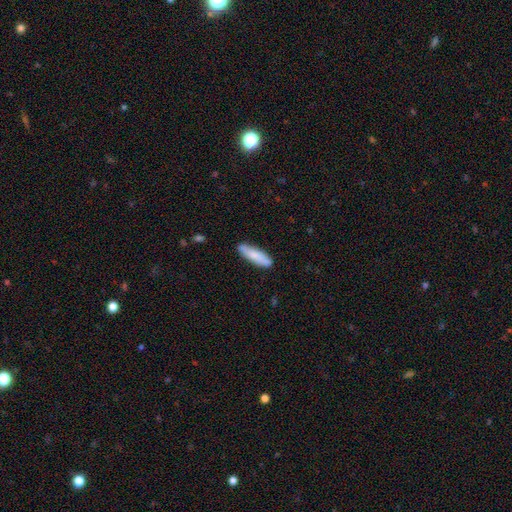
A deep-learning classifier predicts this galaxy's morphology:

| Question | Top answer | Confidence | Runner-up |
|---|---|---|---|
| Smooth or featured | smooth | 77% | featured or disk (18%) |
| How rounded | cigar-shaped | 67% | in between (32%) |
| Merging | none | 84% | minor disturbance (12%) |